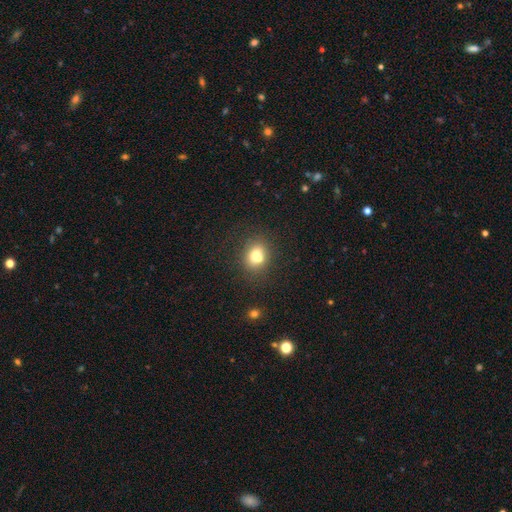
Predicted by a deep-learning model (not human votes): This is likely a smooth galaxy (70%). How rounded: likely round (60%). Merging: possibly none (54%).